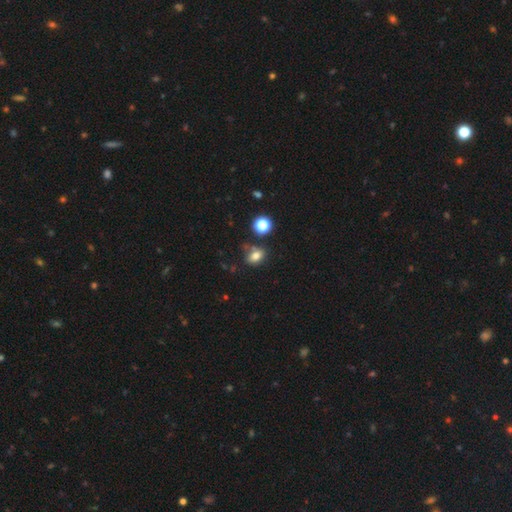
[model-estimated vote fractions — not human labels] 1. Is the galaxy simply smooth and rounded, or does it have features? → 76% smooth, 15% star or artifact, 10% featured or disk.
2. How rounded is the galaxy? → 66% in between, 32% round, 2% cigar-shaped.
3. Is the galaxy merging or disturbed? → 62% none, 20% minor disturbance, 12% merger, 6% major disturbance.